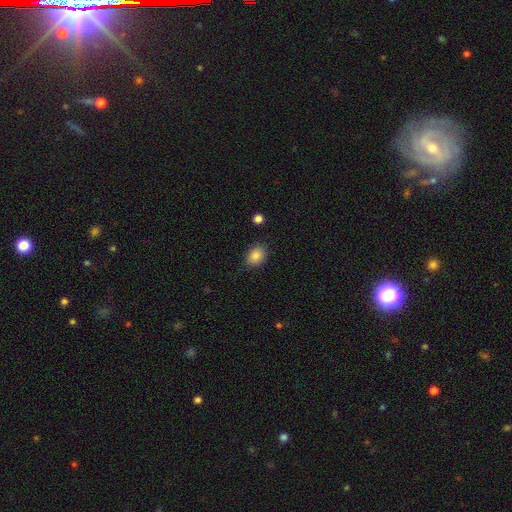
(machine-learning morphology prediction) type=smooth (87%); roundness=in between (64%); merging=none (83%).